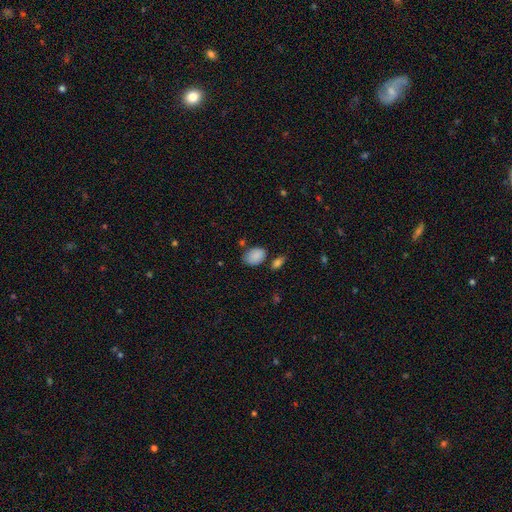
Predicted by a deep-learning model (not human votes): This is clearly a smooth galaxy (86%). How rounded: clearly in between (81%). Merging: likely none (65%).